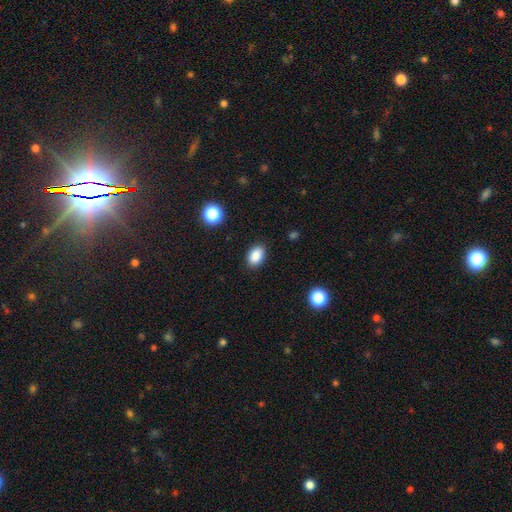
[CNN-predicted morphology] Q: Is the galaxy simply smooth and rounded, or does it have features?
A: smooth — 88%.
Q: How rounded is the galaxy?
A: in between — 85%.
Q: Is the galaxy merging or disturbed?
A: none — 88%.